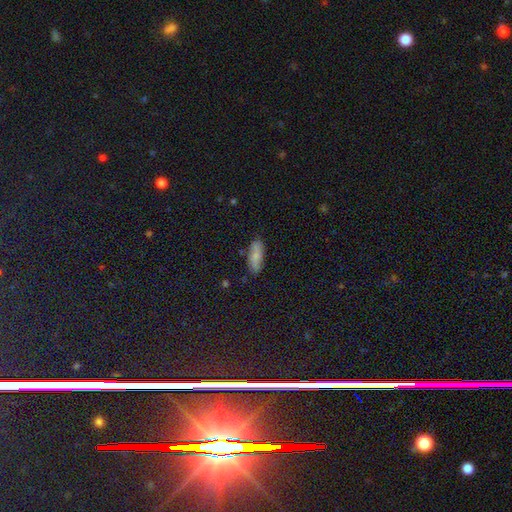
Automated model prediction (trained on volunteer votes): A smooth galaxy with no disk features (77%) that is in between round and cigar-shaped (71%). Merging: none (81%).